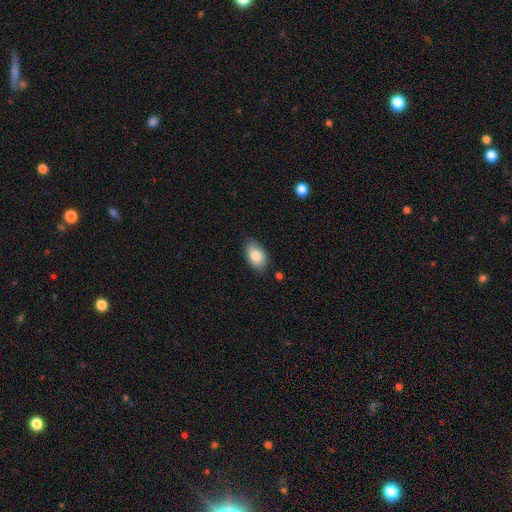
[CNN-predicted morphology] Smooth or featured?
  - smooth: 84% *
  - featured or disk: 10%
  - star or artifact: 7%
How rounded?
  - in between: 91% *
  - round: 7%
  - cigar-shaped: 2%
Merging?
  - none: 80% *
  - minor disturbance: 15%
  - major disturbance: 3%
  - merger: 2%